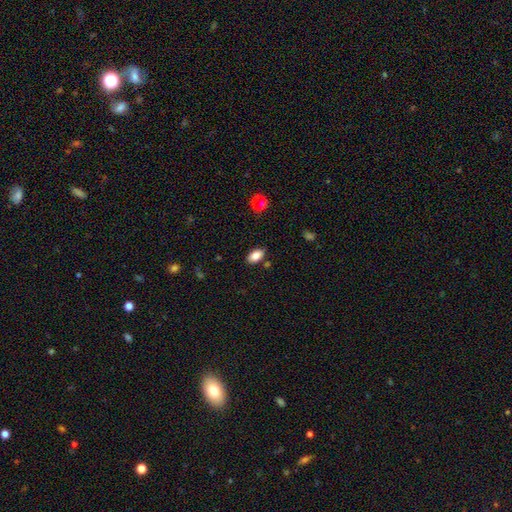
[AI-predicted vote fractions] smooth_or_featured: smooth (p=0.84) [alt: star or artifact p=0.08]
how_rounded: in between (p=0.92) [alt: round p=0.05]
merging: none (p=0.84) [alt: minor disturbance p=0.11]